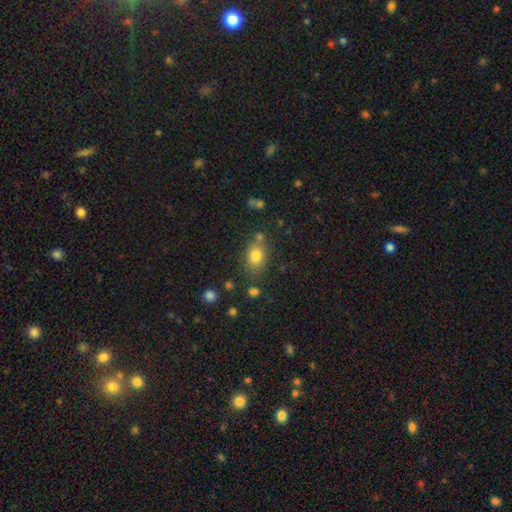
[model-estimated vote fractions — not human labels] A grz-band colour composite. It shows a smooth galaxy with no disk features (79%) that is in between round and cigar-shaped (65%). Merging: none (69%).